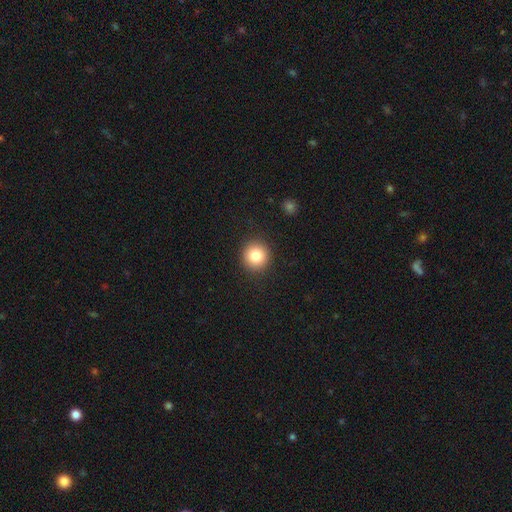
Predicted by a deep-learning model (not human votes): Smooth or featured? Predicted: smooth (p=0.83). How rounded? Predicted: round (p=0.93). Merging? Predicted: none (p=0.91).